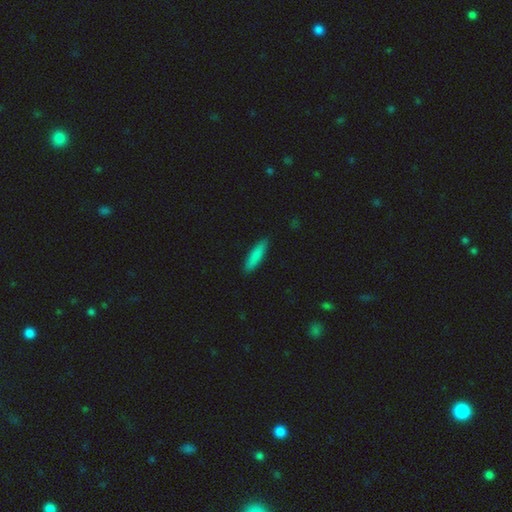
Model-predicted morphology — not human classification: smooth_or_featured: smooth (p=0.85) [alt: featured or disk p=0.09]
how_rounded: cigar-shaped (p=0.74) [alt: in between p=0.24]
merging: none (p=0.89) [alt: minor disturbance p=0.09]